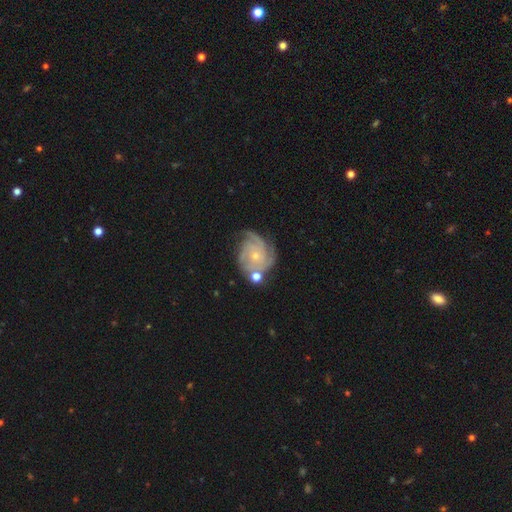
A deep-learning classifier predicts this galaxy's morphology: Q: Smooth or featured?
A: featured or disk (87%); runner-up: smooth (7%)
Q: Edge-on disk?
A: no (98%); runner-up: yes (2%)
Q: Bar?
A: no (78%); runner-up: weak (19%)
Q: Spiral arms?
A: yes (97%); runner-up: no (3%)
Q: Spiral winding?
A: tight (64%); runner-up: medium (30%)
Q: Spiral arm count?
A: 4 (35%); tied with: 3 (35%)
Q: Bulge size?
A: small (75%); runner-up: moderate (21%)
Q: Merging?
A: none (64%); runner-up: minor disturbance (20%)